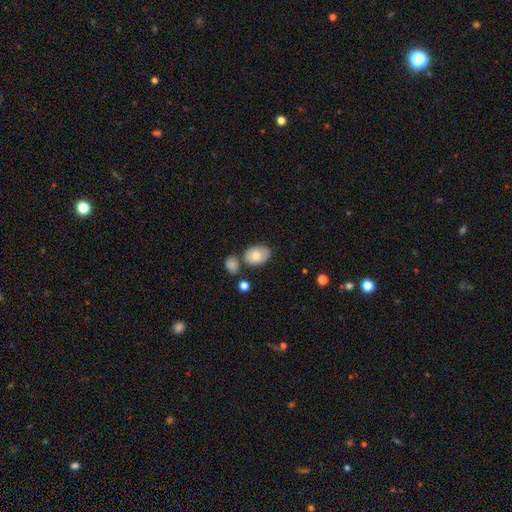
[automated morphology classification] Q: Smooth or featured?
A: smooth (77%); runner-up: featured or disk (16%)
Q: How rounded?
A: in between (80%); runner-up: round (19%)
Q: Merging?
A: none (62%); runner-up: minor disturbance (18%)